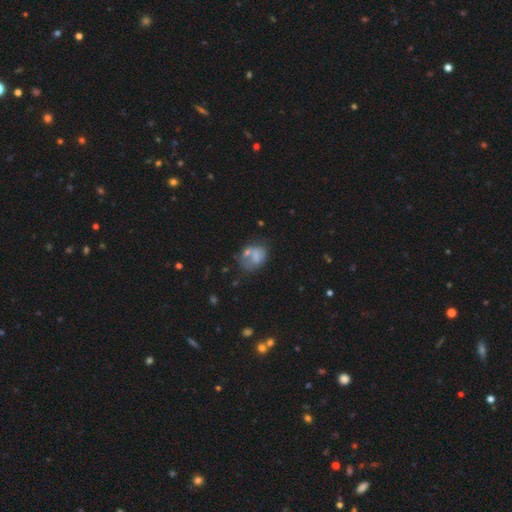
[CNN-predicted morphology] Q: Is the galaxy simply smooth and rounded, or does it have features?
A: smooth — 56%.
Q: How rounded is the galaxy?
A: in between — 60%.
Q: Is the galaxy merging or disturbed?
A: none — 33%.